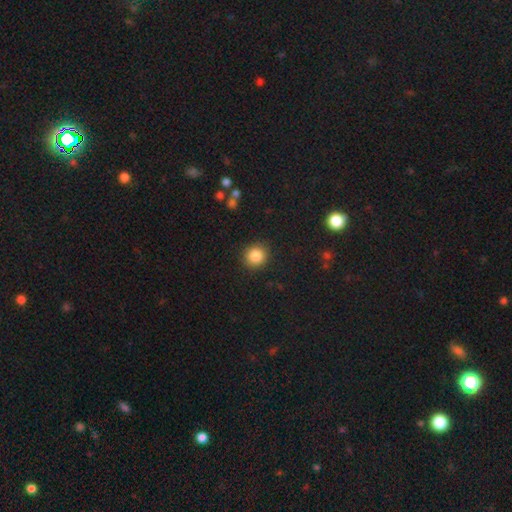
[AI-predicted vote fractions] Smooth or featured: smooth — 86% (star or artifact — 10%)
How rounded: round — 89% (in between — 10%)
Merging: none — 89% (minor disturbance — 7%)